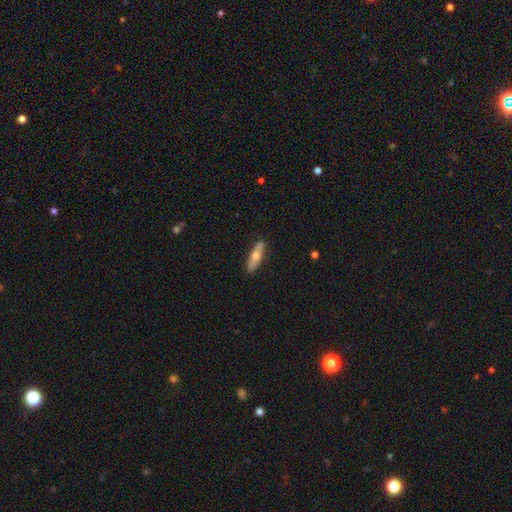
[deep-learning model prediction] Morphology: type=smooth (56%); roundness=cigar-shaped (60%); merging=none (84%).